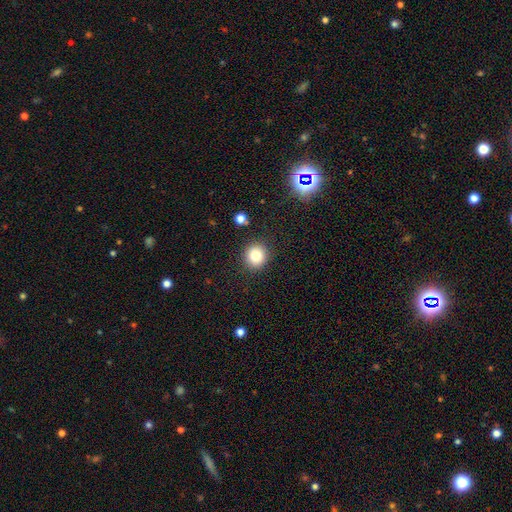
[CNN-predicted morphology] type=smooth (81%); roundness=round (92%); merging=none (90%).